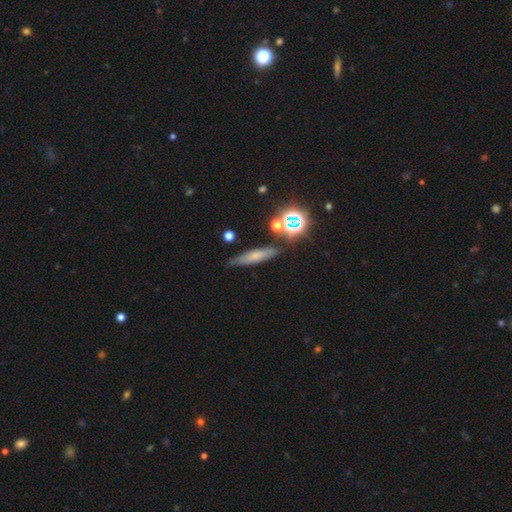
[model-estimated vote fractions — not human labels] Q: Smooth or featured?
A: smooth (53%); runner-up: featured or disk (28%)
Q: How rounded?
A: cigar-shaped (74%); runner-up: in between (18%)
Q: Merging?
A: none (78%); runner-up: minor disturbance (13%)